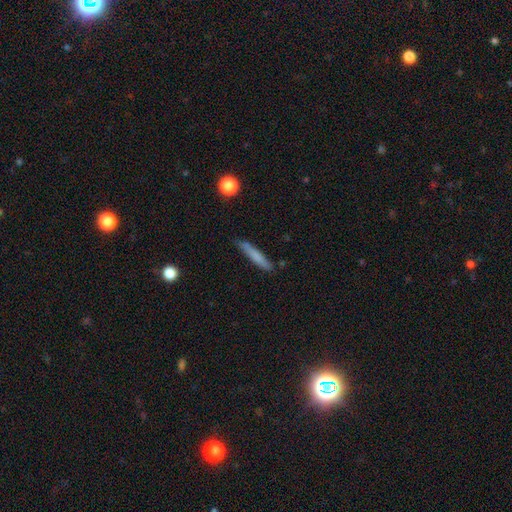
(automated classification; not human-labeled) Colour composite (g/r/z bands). It shows a smooth galaxy with no disk features (71%) that is cigar-shaped (93%). Merging: none (77%).